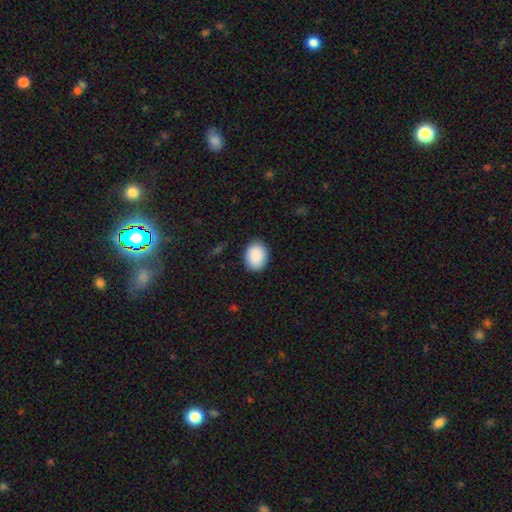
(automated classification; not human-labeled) Smooth or featured? Predicted: smooth (p=0.90). How rounded? Predicted: in between (p=0.60). Merging? Predicted: none (p=0.88).